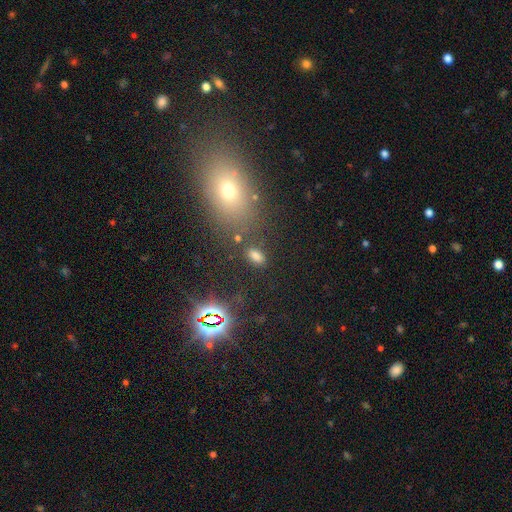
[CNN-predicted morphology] smooth_or_featured: smooth (p=0.73) [alt: star or artifact p=0.20]
how_rounded: in between (p=0.87) [alt: round p=0.08]
merging: none (p=0.77) [alt: minor disturbance p=0.12]